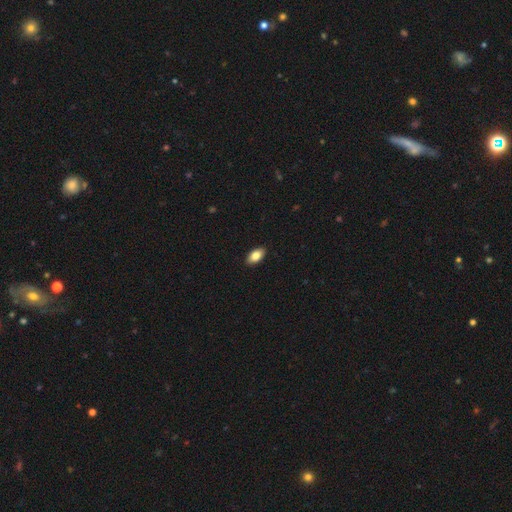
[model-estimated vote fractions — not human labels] Smooth or featured? smooth (83%)
How rounded? in between (92%)
Merging? none (90%)